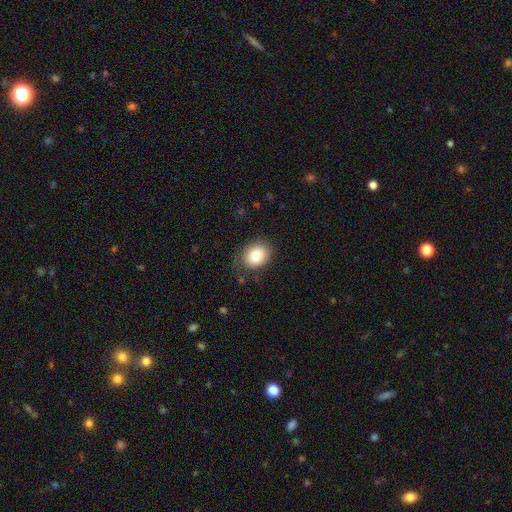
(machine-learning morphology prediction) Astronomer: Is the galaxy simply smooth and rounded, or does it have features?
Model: smooth — 80%.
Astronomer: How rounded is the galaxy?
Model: round — 53% (runner-up: in between, 47%).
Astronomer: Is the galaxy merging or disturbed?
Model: none — 79%.